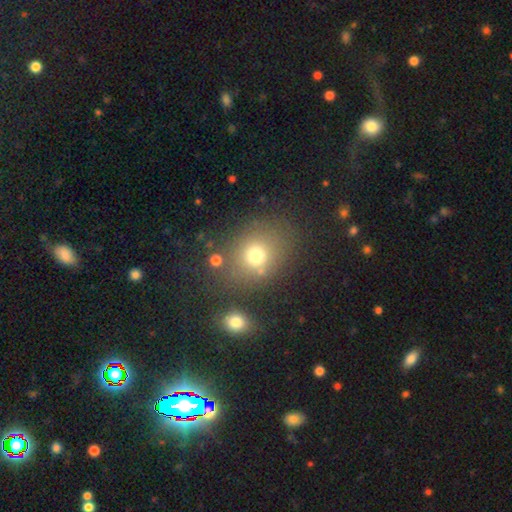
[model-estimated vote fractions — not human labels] smooth_or_featured: smooth (p=0.72) [alt: star or artifact p=0.16]
how_rounded: round (p=0.63) [alt: in between p=0.36]
merging: none (p=0.69) [alt: minor disturbance p=0.13]